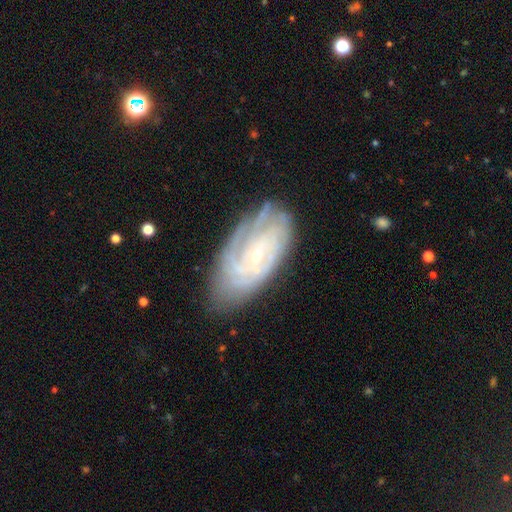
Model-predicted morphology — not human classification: A featured or disk galaxy (80%) with no bar (64%), tight (72%) spiral arms (93%) and a small central bulge (77%).

Vote fractions:
- Smooth or featured? featured or disk: 80% / smooth: 13% / star or artifact: 6%
- Edge-on disk? no: 94% / yes: 6%
- Bar? no: 64% / weak: 29% / strong: 7%
- Spiral arms? yes: 93% / no: 7%
- Spiral winding? tight: 72% / medium: 23% / loose: 5%
- Spiral arm count? can't tell: 43% / 2: 17% / 3: 16% / 4: 13% / more than 4: 6% / 1: 5%
- Bulge size? small: 77% / moderate: 17% / none: 3% / large: 1% / dominant: 1%
- Merging? none: 72% / minor disturbance: 20% / major disturbance: 6% / merger: 2%